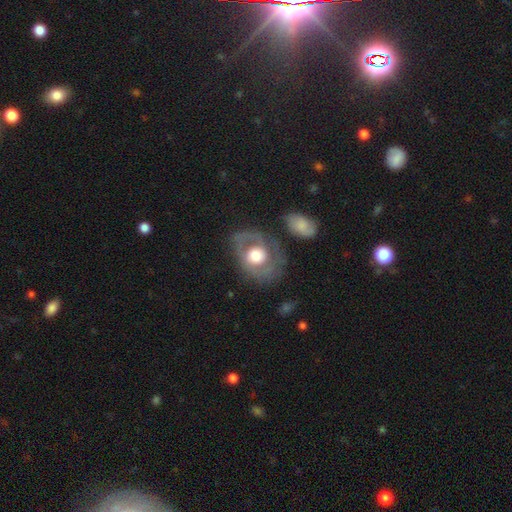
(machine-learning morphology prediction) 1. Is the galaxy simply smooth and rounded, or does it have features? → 62% featured or disk, 32% smooth, 6% star or artifact.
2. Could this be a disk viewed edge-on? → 95% no, 5% yes.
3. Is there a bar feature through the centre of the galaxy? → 78% no, 17% weak, 5% strong.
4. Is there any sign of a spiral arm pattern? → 52% yes, 48% no.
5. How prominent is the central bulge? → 47% moderate, 43% large, 5% dominant, 4% small, 1% none.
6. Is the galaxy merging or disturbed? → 62% none, 19% minor disturbance, 15% major disturbance, 4% merger.